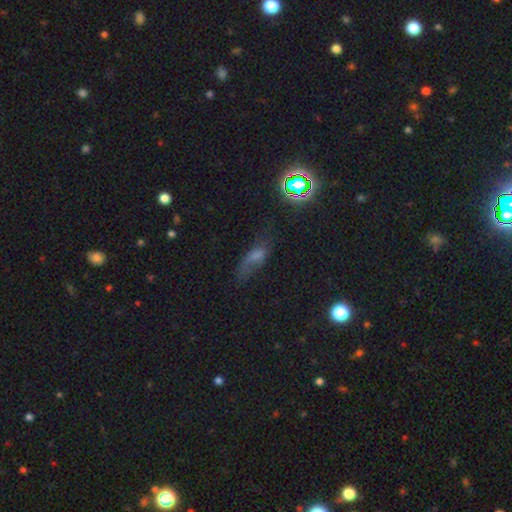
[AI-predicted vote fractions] smooth-or-featured: smooth: 48% | star or artifact: 26% | featured or disk: 25%
  merging: none: 47% | minor disturbance: 28% | major disturbance: 22% | merger: 4%